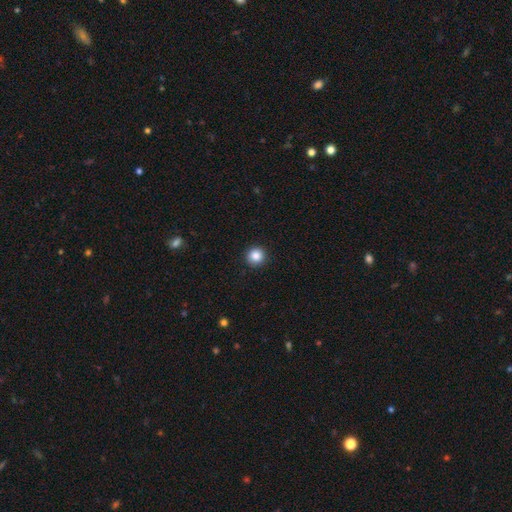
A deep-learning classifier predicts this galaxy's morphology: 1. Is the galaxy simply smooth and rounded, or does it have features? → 86% smooth, 10% star or artifact, 4% featured or disk.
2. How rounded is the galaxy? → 95% round, 4% in between, 1% cigar-shaped.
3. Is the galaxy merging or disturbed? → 92% none, 5% minor disturbance, 2% major disturbance, 1% merger.